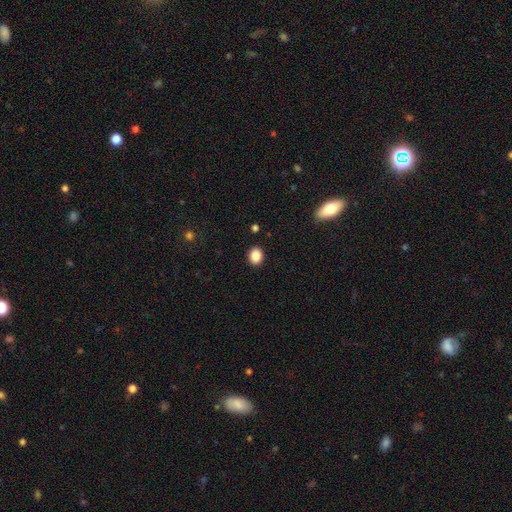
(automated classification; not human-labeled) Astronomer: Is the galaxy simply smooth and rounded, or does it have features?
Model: smooth — 87%.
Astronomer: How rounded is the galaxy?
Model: round — 59% (runner-up: in between, 40%).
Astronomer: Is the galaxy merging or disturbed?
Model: none — 91%.